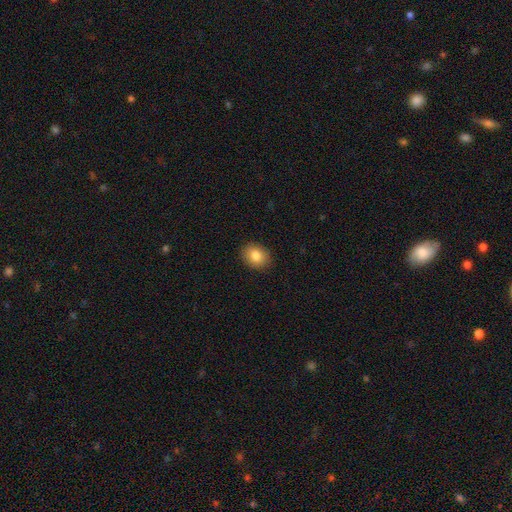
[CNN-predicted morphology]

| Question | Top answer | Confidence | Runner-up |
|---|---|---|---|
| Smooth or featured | smooth | 83% | star or artifact (9%) |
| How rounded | in between | 52% | round (47%) |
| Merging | none | 90% | minor disturbance (7%) |